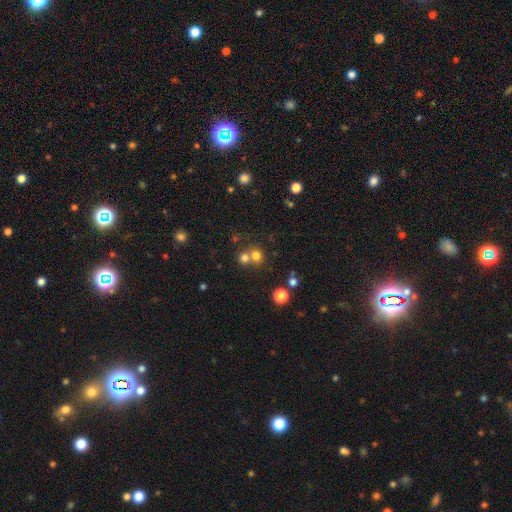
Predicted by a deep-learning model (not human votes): Smooth or featured?
  - smooth: 73% *
  - star or artifact: 17%
  - featured or disk: 10%
How rounded?
  - round: 84% *
  - in between: 15%
  - cigar-shaped: 1%
Merging?
  - none: 49% *
  - merger: 43%
  - minor disturbance: 6%
  - major disturbance: 3%